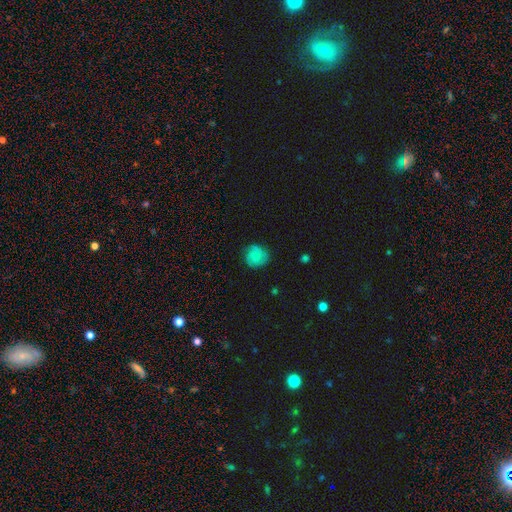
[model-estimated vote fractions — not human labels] This appears to be a smooth galaxy with no disk features (62%) that is round (87%). Merging: none (75%).